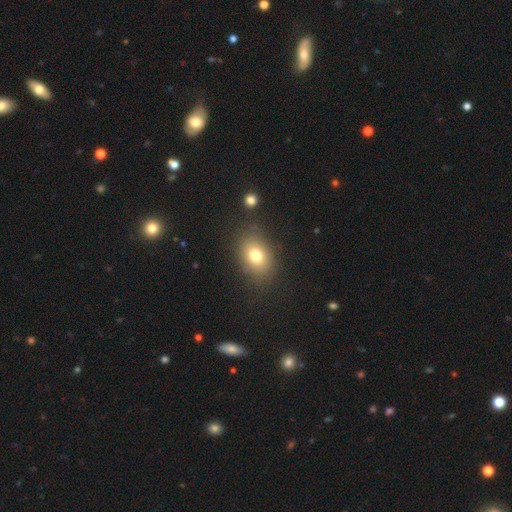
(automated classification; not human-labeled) Smooth or featured? Predicted: smooth (p=0.76). How rounded? Predicted: in between (p=0.67). Merging? Predicted: none (p=0.82).